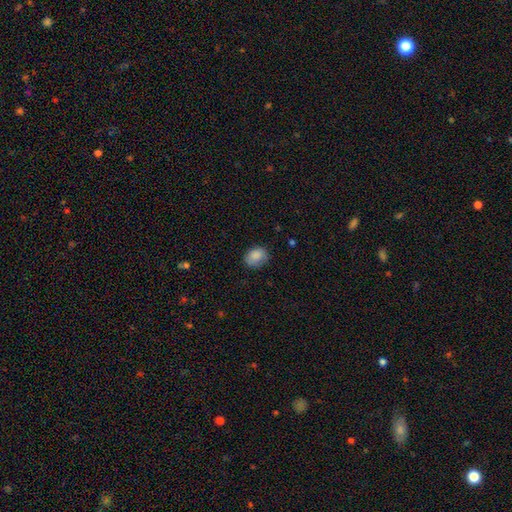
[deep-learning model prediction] smooth 87%, star or artifact 8%, featured or disk 6%. Down the decision tree: how rounded — in between (59%); merging — none (76%).